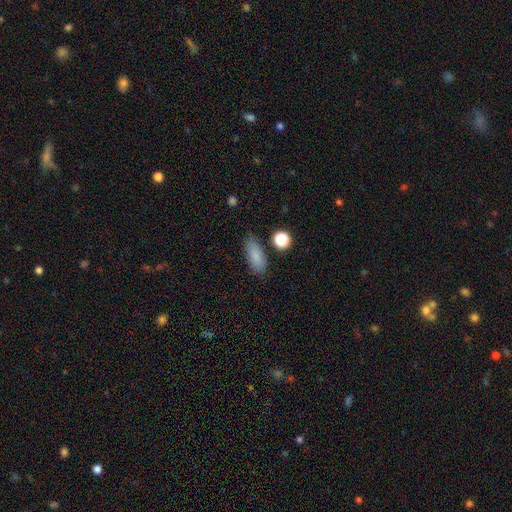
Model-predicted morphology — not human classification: This is clearly a smooth galaxy (85%). How rounded: likely in between (77%). Merging: clearly none (81%).